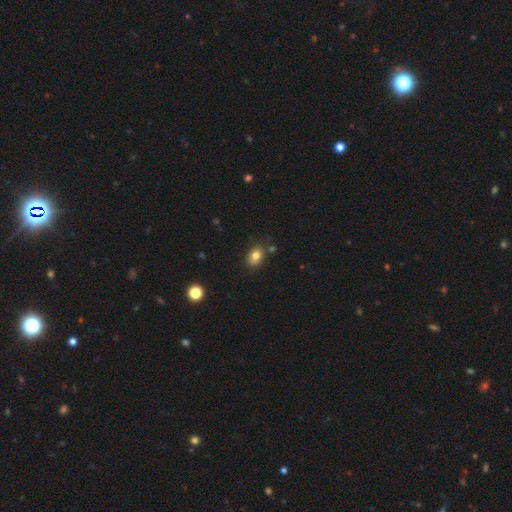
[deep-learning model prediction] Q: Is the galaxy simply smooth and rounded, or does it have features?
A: smooth — 79%.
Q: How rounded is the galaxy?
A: in between — 66%.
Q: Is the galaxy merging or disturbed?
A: none — 75%.